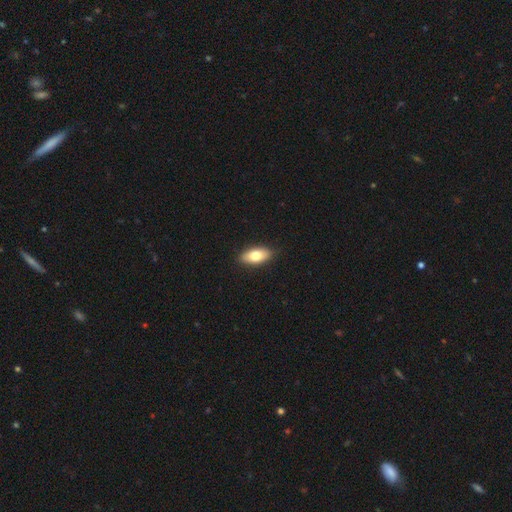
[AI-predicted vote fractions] smooth_or_featured: smooth (p=0.76) [alt: featured or disk p=0.18]
how_rounded: in between (p=0.88) [alt: cigar-shaped p=0.09]
merging: none (p=0.89) [alt: minor disturbance p=0.08]